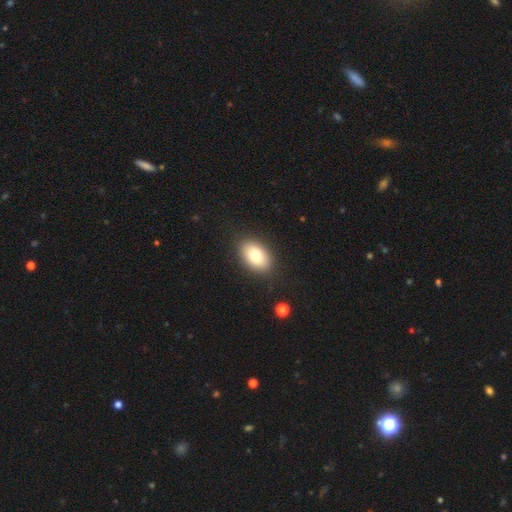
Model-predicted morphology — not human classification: Q: Smooth or featured?
A: smooth (80%); runner-up: featured or disk (13%)
Q: How rounded?
A: in between (88%); runner-up: round (11%)
Q: Merging?
A: none (87%); runner-up: minor disturbance (9%)